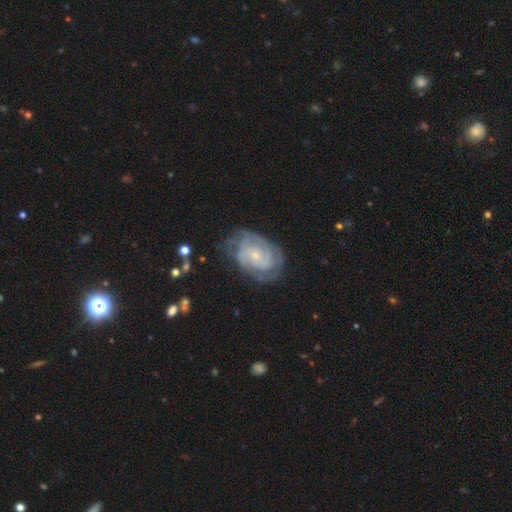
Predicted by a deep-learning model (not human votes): Q: Smooth or featured?
A: featured or disk (79%); runner-up: smooth (14%)
Q: Edge-on disk?
A: no (97%); runner-up: yes (3%)
Q: Bar?
A: no (72%); runner-up: weak (23%)
Q: Spiral arms?
A: yes (91%); runner-up: no (9%)
Q: Spiral winding?
A: tight (67%); runner-up: medium (26%)
Q: Spiral arm count?
A: can't tell (41%); runner-up: 2 (26%)
Q: Bulge size?
A: small (77%); runner-up: moderate (18%)
Q: Merging?
A: none (66%); runner-up: minor disturbance (22%)